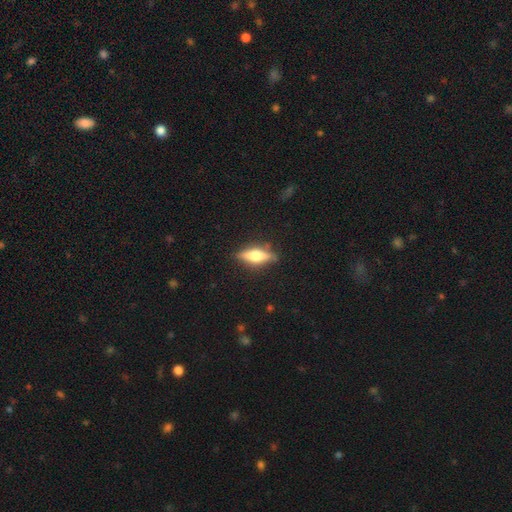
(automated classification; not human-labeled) This appears to be a featured or disk galaxy (52%) viewed edge-on (92%). Merging: none (83%).